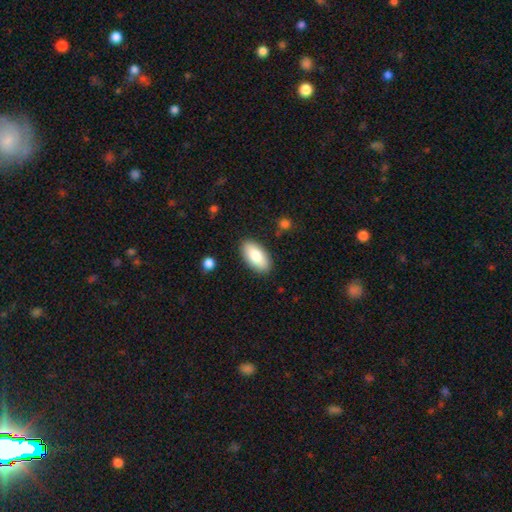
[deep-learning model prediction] Smooth or featured? Predicted: smooth (p=0.84). How rounded? Predicted: in between (p=0.93). Merging? Predicted: none (p=0.88).